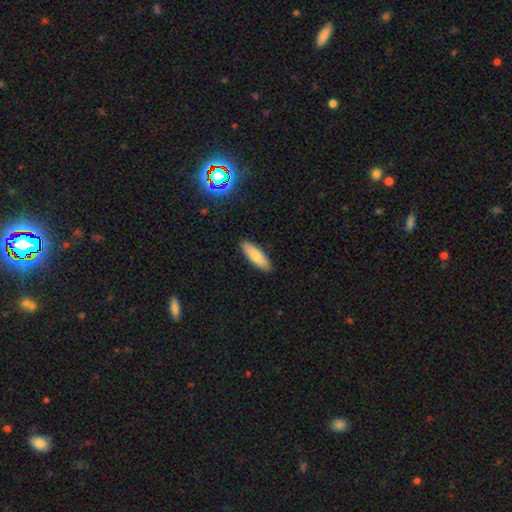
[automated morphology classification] A smooth galaxy with no disk features (81%) that is in between round and cigar-shaped (50%). Merging: none (90%).